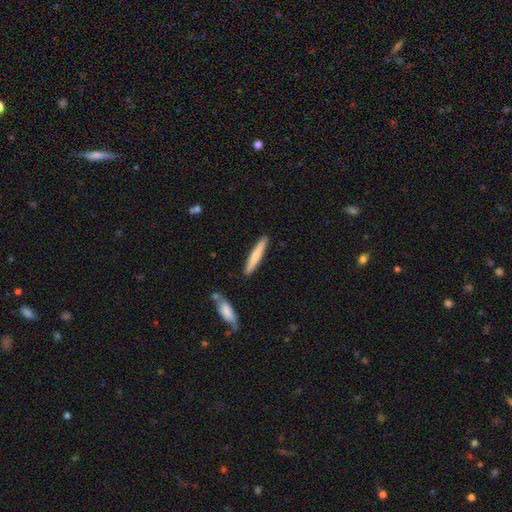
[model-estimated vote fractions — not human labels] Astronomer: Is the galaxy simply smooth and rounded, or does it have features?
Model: smooth — 68%.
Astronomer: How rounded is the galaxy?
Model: cigar-shaped — 94%.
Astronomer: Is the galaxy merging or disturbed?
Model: none — 89%.